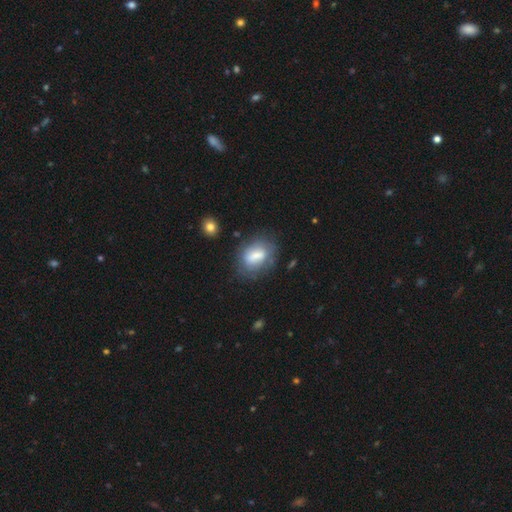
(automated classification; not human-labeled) Morphology: type=smooth (63%); roundness=in between (79%); merging=none (65%).